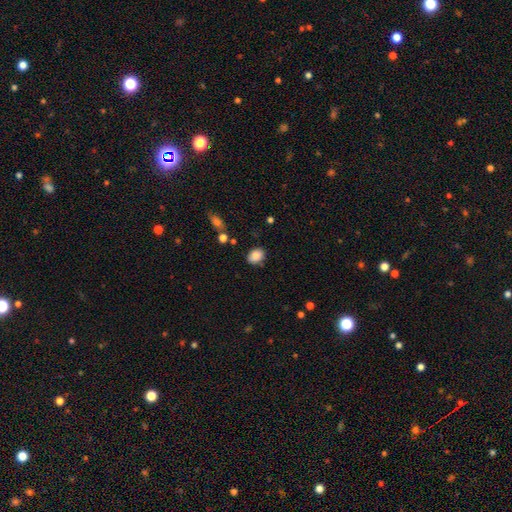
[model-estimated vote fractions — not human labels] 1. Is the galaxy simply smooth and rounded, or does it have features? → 87% smooth, 9% star or artifact, 5% featured or disk.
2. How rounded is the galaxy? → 62% in between, 37% round, 1% cigar-shaped.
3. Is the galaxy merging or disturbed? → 82% none, 12% minor disturbance, 3% major disturbance, 3% merger.